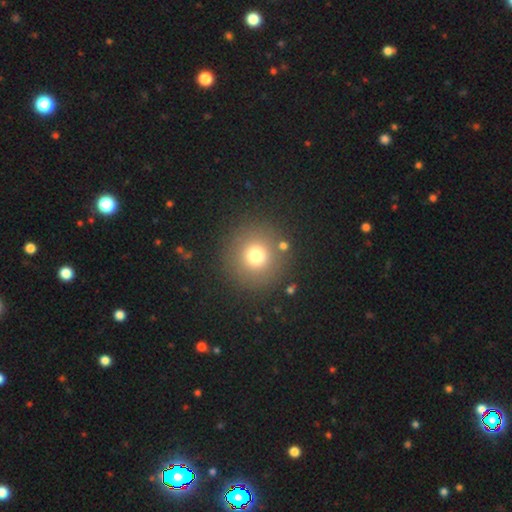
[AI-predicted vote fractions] Smooth or featured: smooth — 73% (star or artifact — 17%)
How rounded: round — 95% (in between — 4%)
Merging: none — 86% (minor disturbance — 7%)